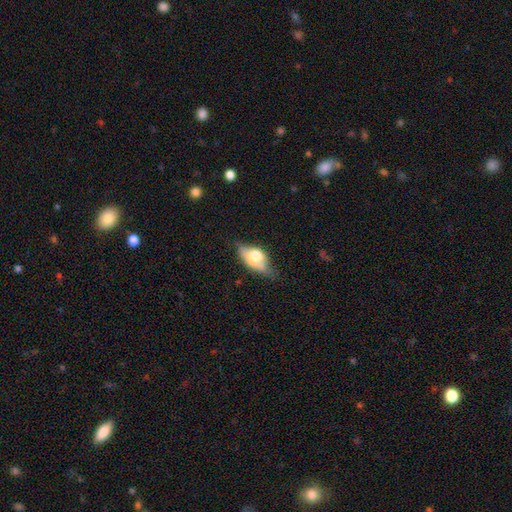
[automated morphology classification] Smooth or featured?
  - smooth: 52% *
  - featured or disk: 40%
  - star or artifact: 8%
How rounded?
  - in between: 85% *
  - cigar-shaped: 8%
  - round: 7%
Merging?
  - minor disturbance: 34% *
  - none: 31%
  - major disturbance: 22%
  - merger: 13%